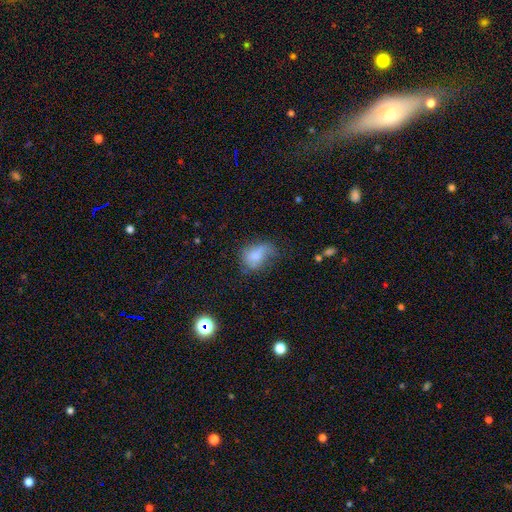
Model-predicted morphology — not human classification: Smooth or featured? smooth (68%)
How rounded? in between (79%)
Merging? minor disturbance (33%)